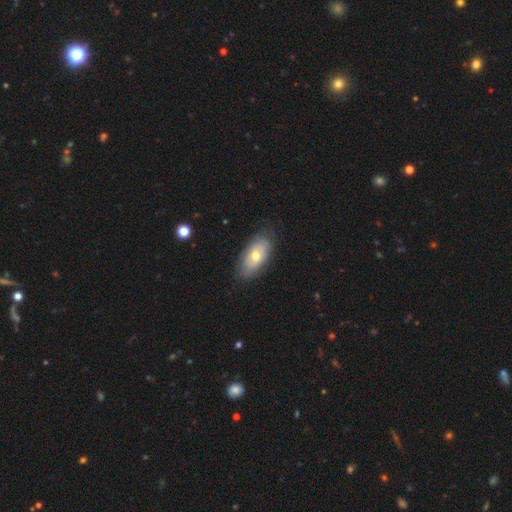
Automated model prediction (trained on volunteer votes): smooth 54%, featured or disk 39%, star or artifact 7%. Down the decision tree: how rounded — in between (91%); merging — none (77%).